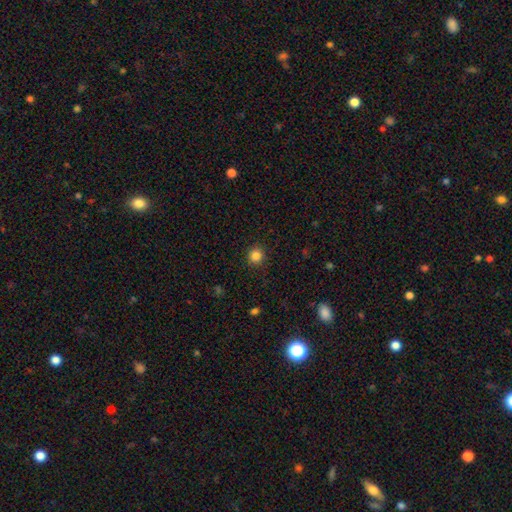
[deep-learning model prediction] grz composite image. It shows a smooth galaxy with no disk features (84%) that is round (92%). Merging: none (91%).